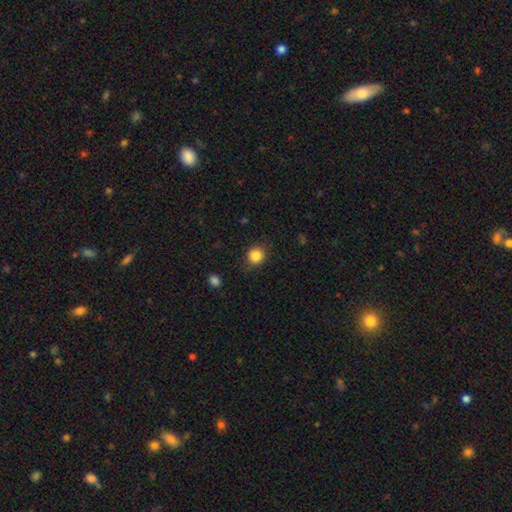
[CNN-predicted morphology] This appears to be a smooth galaxy with no disk features (85%) that is round (90%). Merging: none (85%).